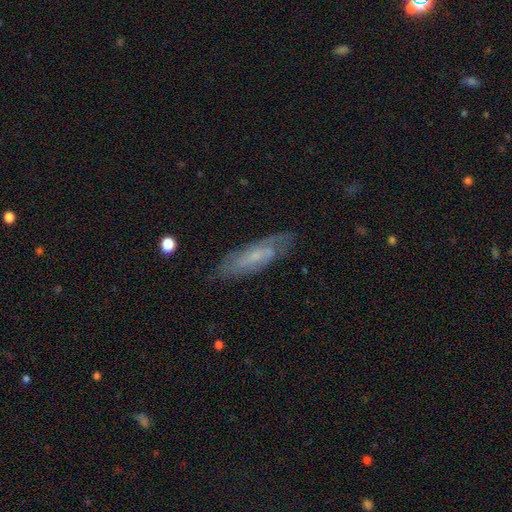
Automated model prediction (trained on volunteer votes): Morphology: type=featured or disk (63%); edge-on=no (75%); merging=none (77%).